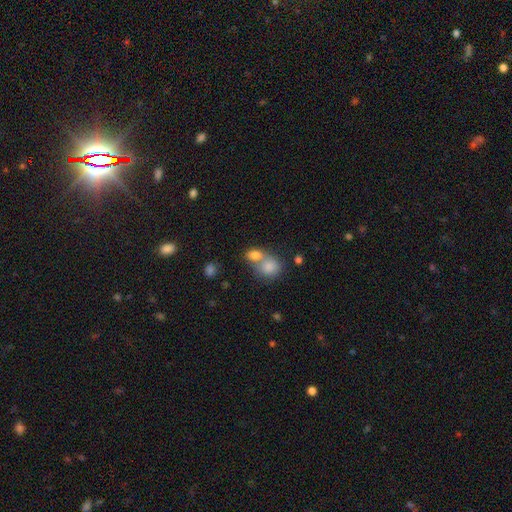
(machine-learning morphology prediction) A smooth galaxy with no disk features (80%) that is in between round and cigar-shaped (49%, tied with round). Merging: merger (61%).